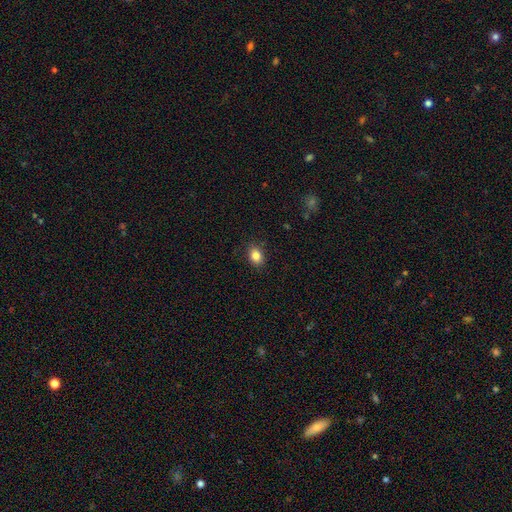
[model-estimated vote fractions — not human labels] Q: Smooth or featured?
A: smooth (84%); runner-up: star or artifact (10%)
Q: How rounded?
A: in between (68%); runner-up: round (31%)
Q: Merging?
A: none (87%); runner-up: minor disturbance (9%)